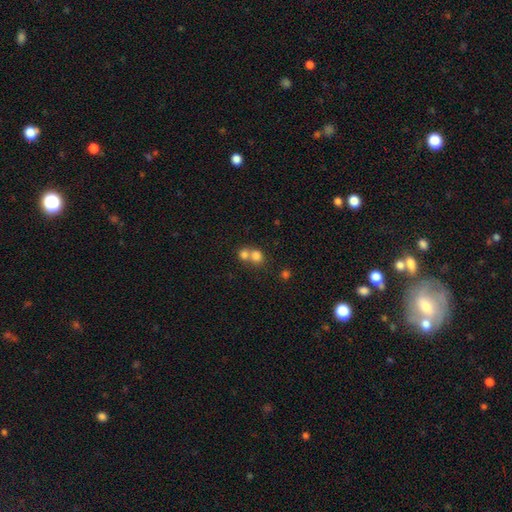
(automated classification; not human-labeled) Morphology: type=smooth (77%); roundness=round (76%); merging=merger (59%).